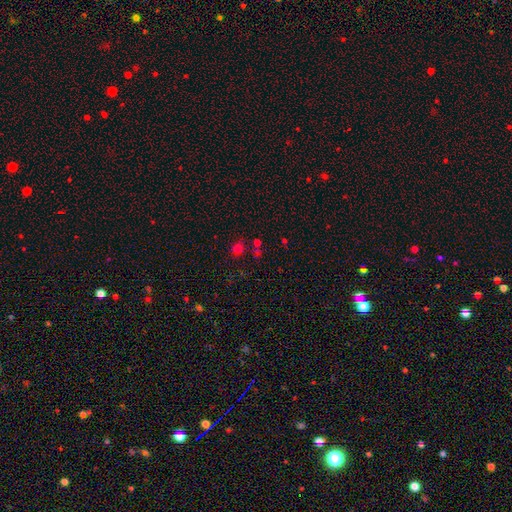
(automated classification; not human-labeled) Morphology: type=smooth (53%); roundness=round (81%); merging=none (66%).